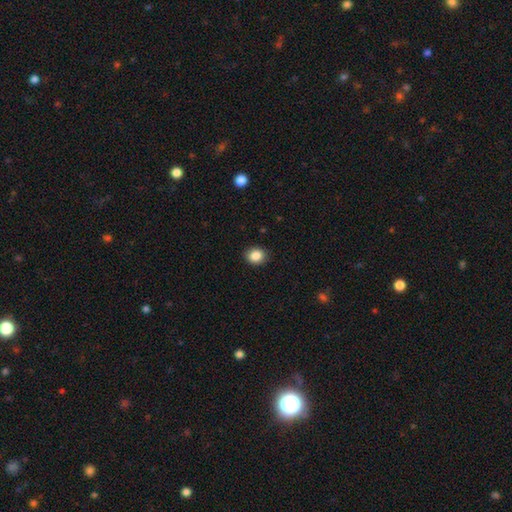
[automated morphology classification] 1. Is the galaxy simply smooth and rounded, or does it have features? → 86% smooth, 9% star or artifact, 5% featured or disk.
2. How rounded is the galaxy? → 69% round, 31% in between, 1% cigar-shaped.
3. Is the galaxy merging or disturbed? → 90% none, 7% minor disturbance, 2% major disturbance, 1% merger.